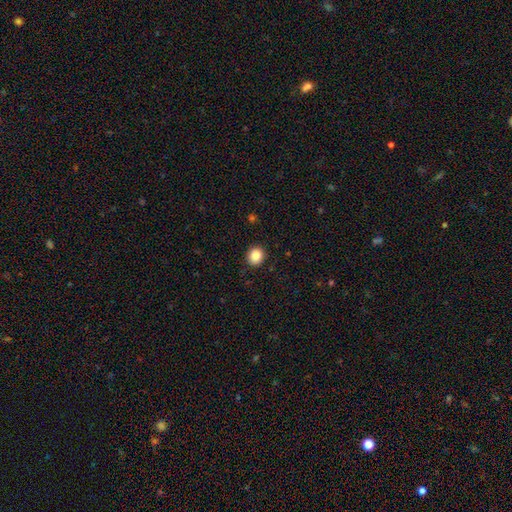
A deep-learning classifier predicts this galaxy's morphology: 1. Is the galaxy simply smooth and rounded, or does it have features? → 87% smooth, 9% star or artifact, 3% featured or disk.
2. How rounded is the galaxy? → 79% round, 20% in between, 1% cigar-shaped.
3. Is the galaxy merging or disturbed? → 90% none, 6% minor disturbance, 2% major disturbance, 1% merger.